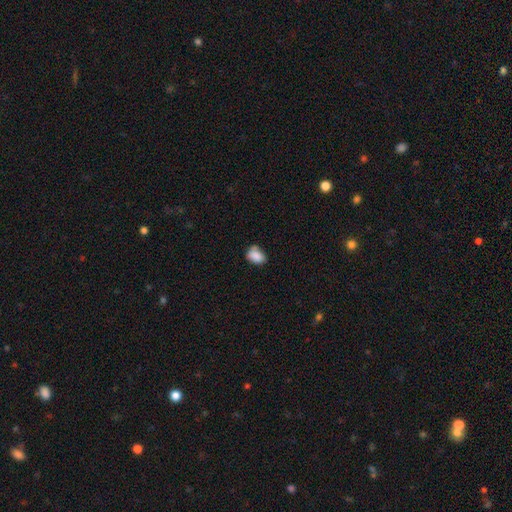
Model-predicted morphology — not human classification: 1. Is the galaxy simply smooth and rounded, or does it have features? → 84% smooth, 9% star or artifact, 7% featured or disk.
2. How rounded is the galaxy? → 78% in between, 20% round, 1% cigar-shaped.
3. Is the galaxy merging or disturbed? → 54% none, 32% minor disturbance, 7% major disturbance, 7% merger.